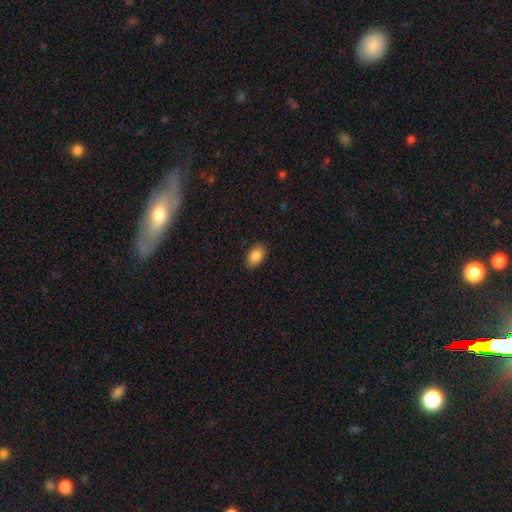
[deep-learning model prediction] Smooth or featured?
  - smooth: 87% *
  - star or artifact: 7%
  - featured or disk: 6%
How rounded?
  - in between: 92% *
  - round: 7%
  - cigar-shaped: 2%
Merging?
  - none: 86% *
  - minor disturbance: 11%
  - major disturbance: 2%
  - merger: 1%